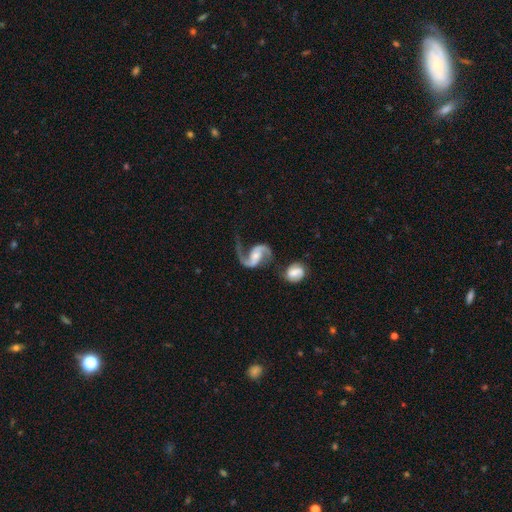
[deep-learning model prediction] The model was most divided on "bulge size": moderate: 45%, small: 39%, none: 8%, large: 6%, dominant: 2%. Remaining: edge-on disk — no (98%); spiral arms — yes (97%); smooth or featured — featured or disk (91%); spiral arm count — 2 (89%); spiral winding — loose (55%); merging — none (50%); bar — weak (41%).